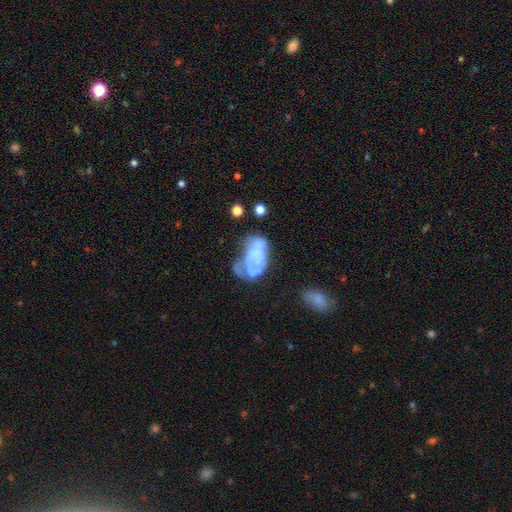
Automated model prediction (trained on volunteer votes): A featured or disk galaxy (56%) with no bar (84%), no spiral arms (68%) and no central bulge (51%).

Vote fractions:
- Smooth or featured? featured or disk: 56% / smooth: 35% / star or artifact: 9%
- Edge-on disk? no: 97% / yes: 3%
- Bar? no: 84% / weak: 13% / strong: 4%
- Spiral arms? no: 68% / yes: 32%
- Bulge size? none: 51% / small: 27% / moderate: 15% / large: 5% / dominant: 2%
- Merging? major disturbance: 37% / minor disturbance: 26% / none: 24% / merger: 13%